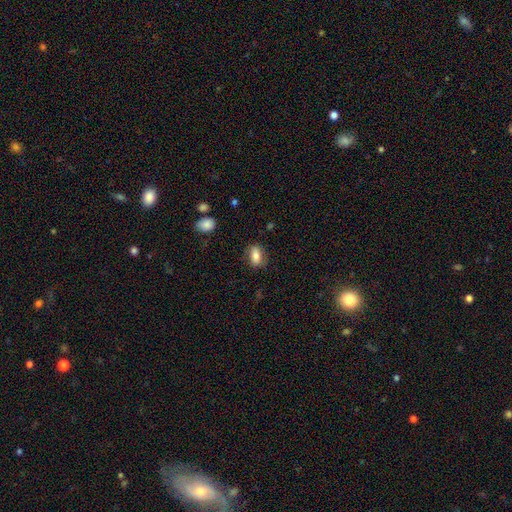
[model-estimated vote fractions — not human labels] Smooth or featured? smooth (78%)
How rounded? in between (82%)
Merging? none (79%)